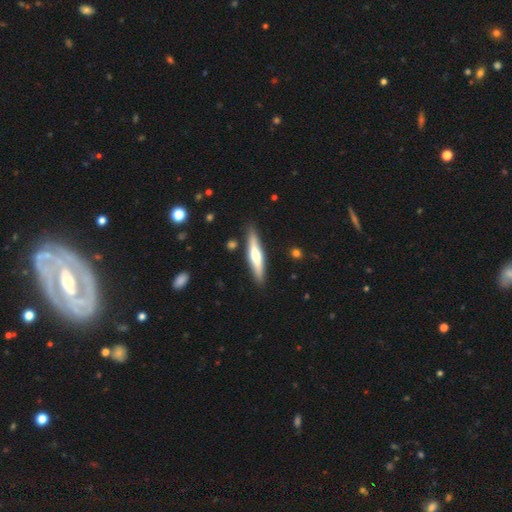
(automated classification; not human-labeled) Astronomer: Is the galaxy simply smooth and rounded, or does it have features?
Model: featured or disk — 49% (runner-up: smooth, 45%).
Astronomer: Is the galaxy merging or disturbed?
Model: none — 87%.